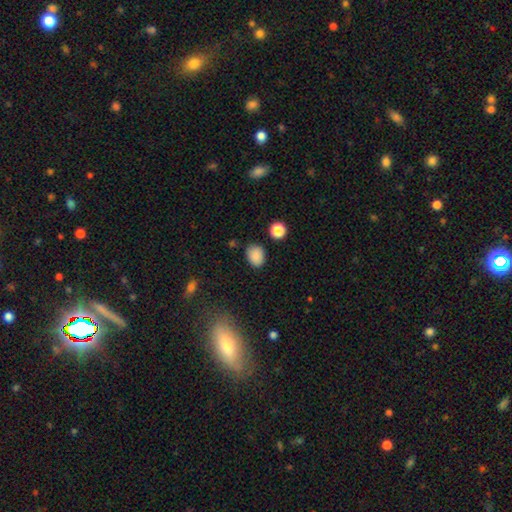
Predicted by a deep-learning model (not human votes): Overall: smooth (87%). How rounded: in between (66%; round 33%). Merging: none (81%).